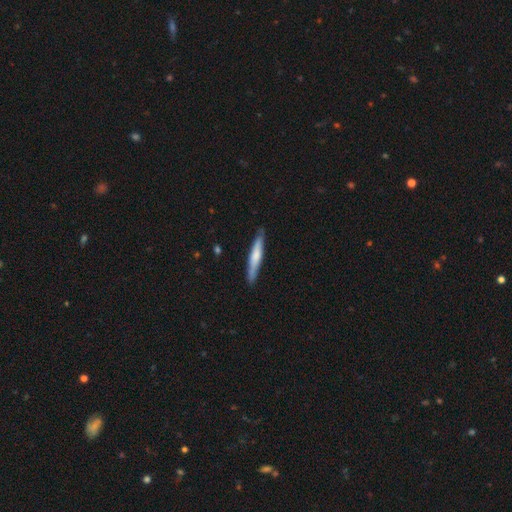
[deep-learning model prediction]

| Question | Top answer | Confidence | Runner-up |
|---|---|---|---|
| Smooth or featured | smooth | 58% | featured or disk (37%) |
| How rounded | cigar-shaped | 93% | in between (6%) |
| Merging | none | 86% | minor disturbance (11%) |